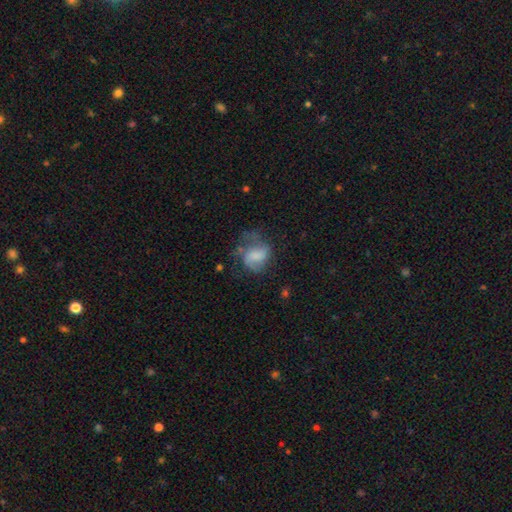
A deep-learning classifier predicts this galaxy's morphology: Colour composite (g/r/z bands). It shows a smooth galaxy with no disk features (49%). Merging: major disturbance (35%).